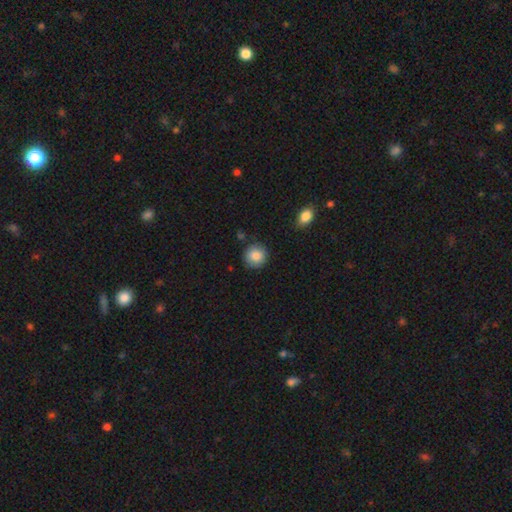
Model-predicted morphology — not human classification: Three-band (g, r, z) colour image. It shows a smooth galaxy with no disk features (86%) that is round (91%). Merging: none (86%).